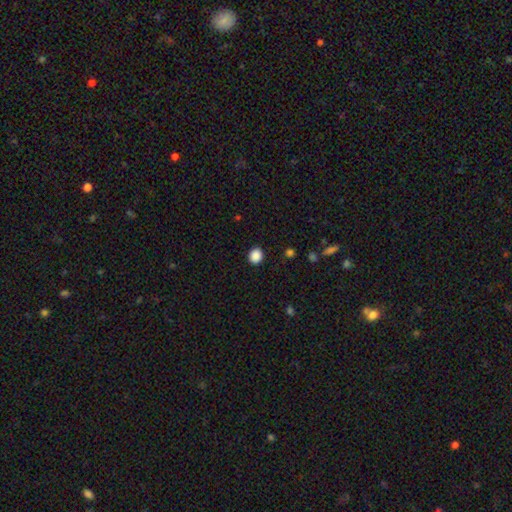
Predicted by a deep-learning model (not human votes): Morphology: type=smooth (88%); roundness=round (73%); merging=none (91%).